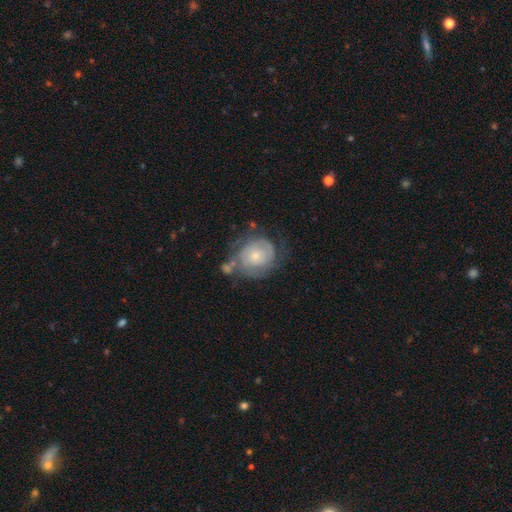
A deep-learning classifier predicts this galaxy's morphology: Smooth or featured: featured or disk — 68% (smooth — 26%)
Edge-on disk: no — 97% (yes — 3%)
Bar: no — 83% (weak — 15%)
Spiral arms: yes — 80% (no — 20%)
Spiral winding: tight — 70% (medium — 21%)
Spiral arm count: can't tell — 40% (2 — 34%)
Bulge size: small — 63% (moderate — 31%)
Merging: none — 50% (minor disturbance — 24%)